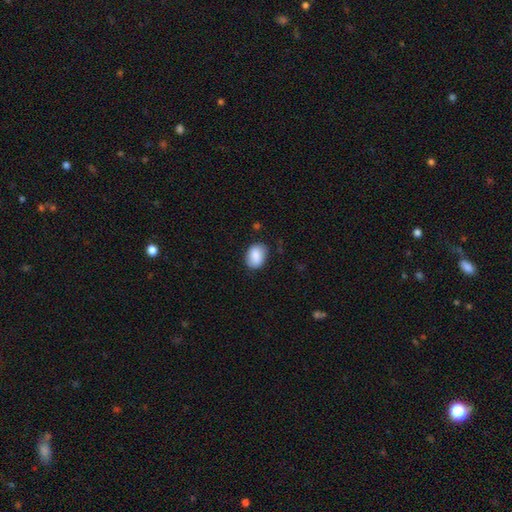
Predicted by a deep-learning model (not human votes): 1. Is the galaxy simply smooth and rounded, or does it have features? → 87% smooth, 7% star or artifact, 6% featured or disk.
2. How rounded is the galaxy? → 75% in between, 23% round, 1% cigar-shaped.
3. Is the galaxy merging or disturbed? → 78% none, 17% minor disturbance, 4% major disturbance, 1% merger.